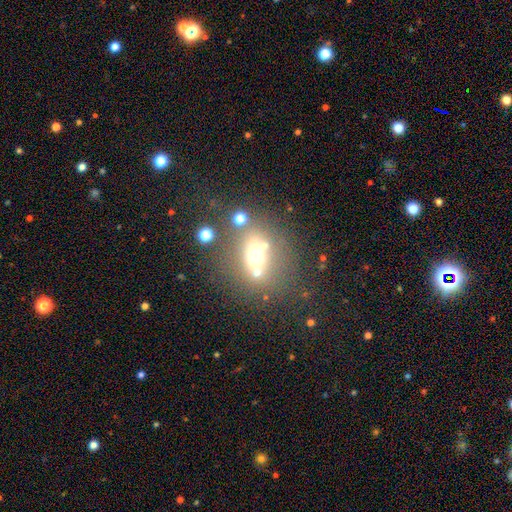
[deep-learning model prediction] Smooth or featured?
  - smooth: 53% *
  - featured or disk: 24%
  - star or artifact: 23%
How rounded?
  - round: 56% *
  - in between: 41%
  - cigar-shaped: 3%
Merging?
  - none: 63% *
  - merger: 18%
  - minor disturbance: 12%
  - major disturbance: 8%